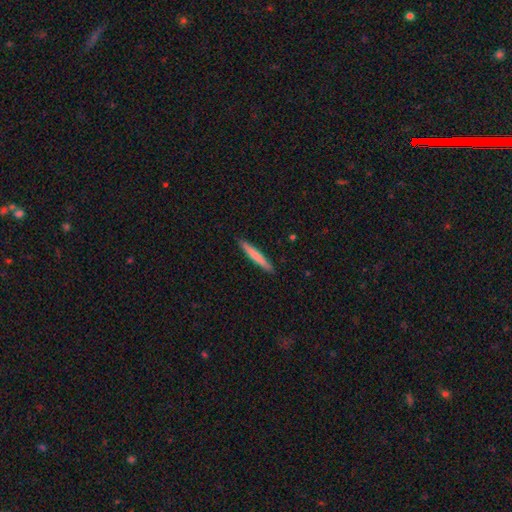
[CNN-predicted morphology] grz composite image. It shows a smooth galaxy with no disk features (70%) that is cigar-shaped (95%). Merging: none (91%).